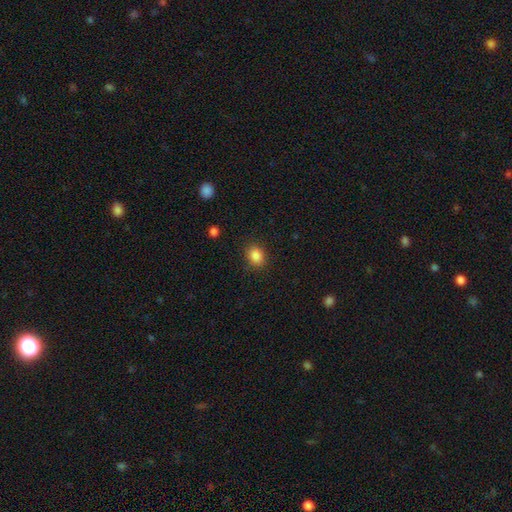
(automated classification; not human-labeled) This is clearly a smooth galaxy (86%). How rounded: possibly round (55%). Merging: clearly none (88%).